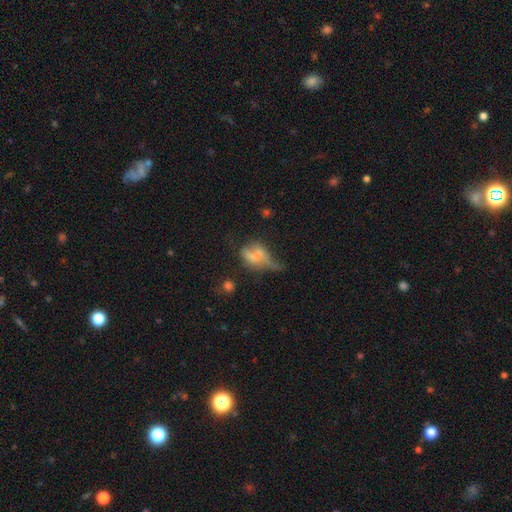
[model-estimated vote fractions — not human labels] Overall: smooth (50%; featured or disk 34%). Merging: major disturbance (37%; none 24%).